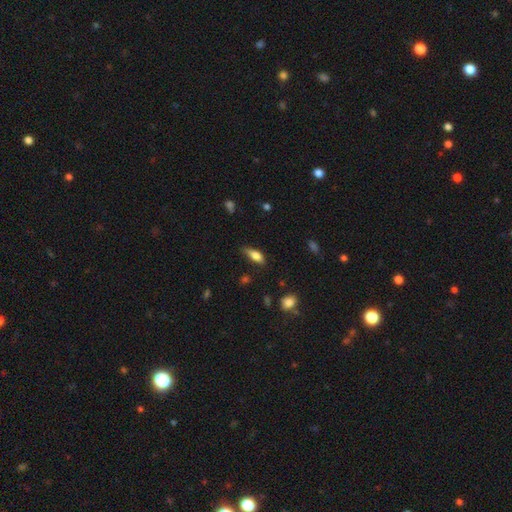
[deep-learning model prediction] A smooth galaxy with no disk features (77%) that is in between round and cigar-shaped (70%). Merging: none (60%).